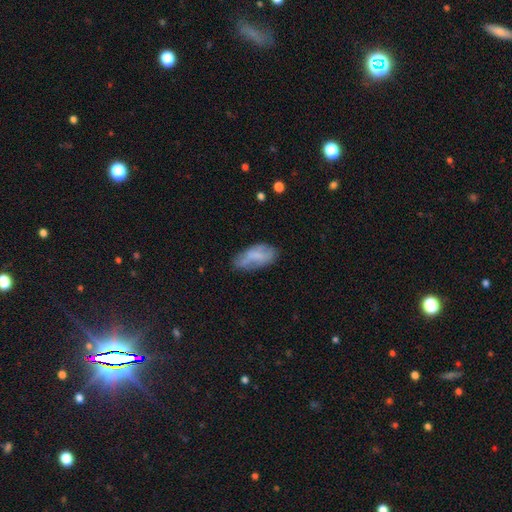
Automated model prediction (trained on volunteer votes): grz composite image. It shows a smooth galaxy with no disk features (62%) that is in between round and cigar-shaped (89%). Merging: none (56%).